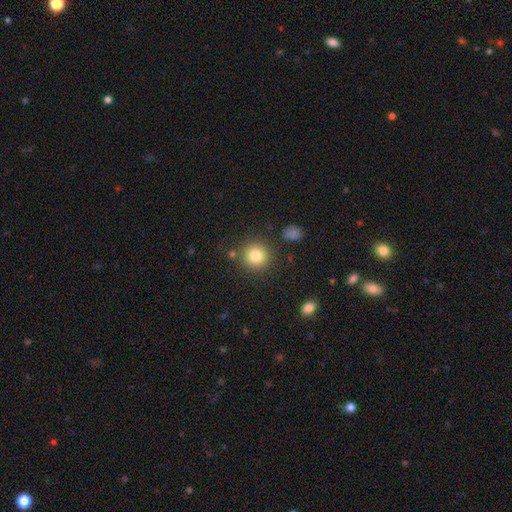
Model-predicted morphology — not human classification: Smooth or featured?
  - smooth: 82% *
  - star or artifact: 10%
  - featured or disk: 7%
How rounded?
  - round: 93% *
  - in between: 6%
  - cigar-shaped: 1%
Merging?
  - none: 84% *
  - minor disturbance: 8%
  - merger: 5%
  - major disturbance: 3%